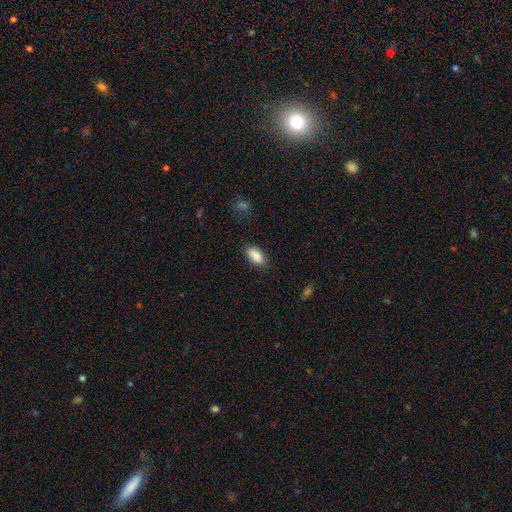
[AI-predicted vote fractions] smooth-or-featured: smooth: 88% | star or artifact: 7% | featured or disk: 5%
  how-rounded: in between: 92% | cigar-shaped: 4% | round: 3%
  merging: none: 81% | minor disturbance: 14% | major disturbance: 3% | merger: 2%